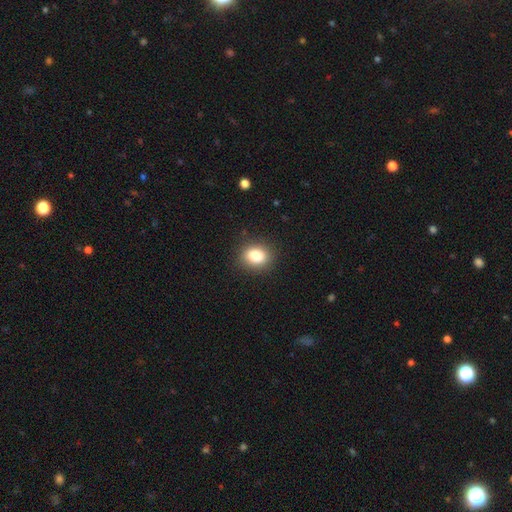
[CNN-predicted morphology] Overall: smooth (85%). How rounded: round (51%; in between 48%). Merging: none (87%).